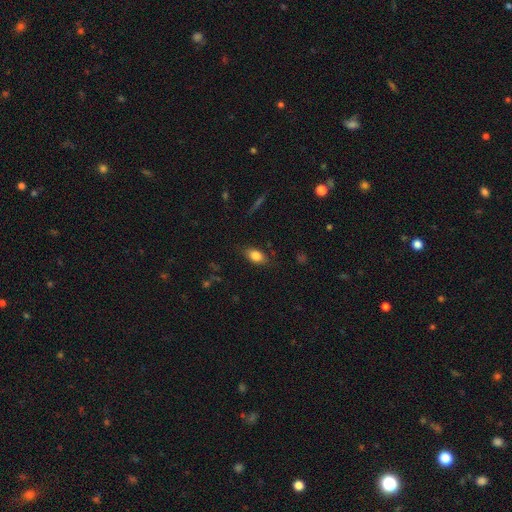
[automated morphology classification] Q: Smooth or featured?
A: smooth (82%); runner-up: featured or disk (10%)
Q: How rounded?
A: in between (85%); runner-up: round (10%)
Q: Merging?
A: none (80%); runner-up: minor disturbance (15%)